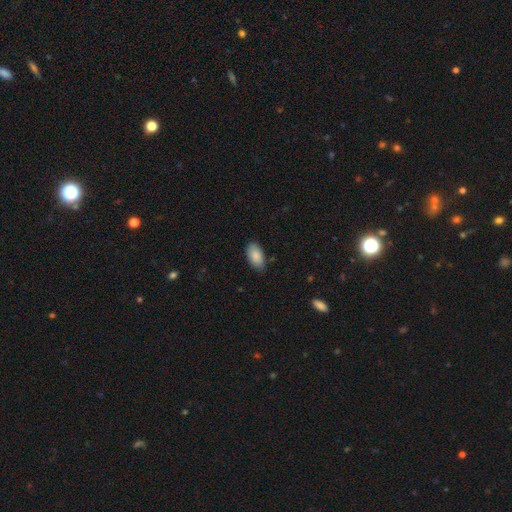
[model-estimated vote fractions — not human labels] A smooth galaxy with no disk features (88%) that is in between round and cigar-shaped (95%).

Vote fractions:
- Smooth or featured? smooth: 88% / star or artifact: 6% / featured or disk: 6%
- How rounded? in between: 95% / round: 3% / cigar-shaped: 2%
- Merging? none: 83% / minor disturbance: 14% / major disturbance: 2% / merger: 1%